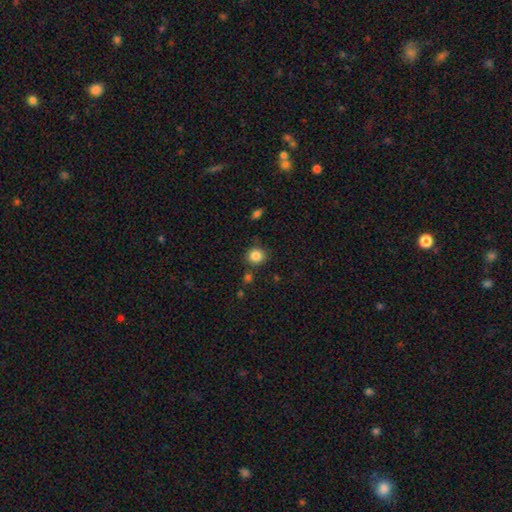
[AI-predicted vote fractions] smooth 85%, star or artifact 10%, featured or disk 5%. Down the decision tree: how rounded — round (87%); merging — none (83%).